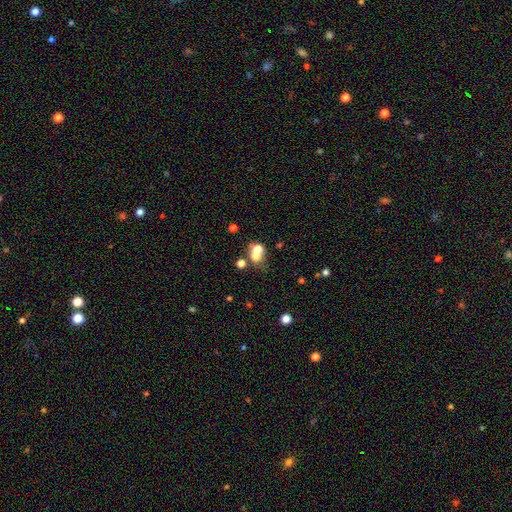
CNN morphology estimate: A smooth galaxy with no disk features (62%) that is round (71%).

Vote fractions:
- Smooth or featured? smooth: 62% / star or artifact: 21% / featured or disk: 16%
- How rounded? round: 71% / in between: 28% / cigar-shaped: 1%
- Merging? merger: 47% / none: 39% / minor disturbance: 8% / major disturbance: 6%